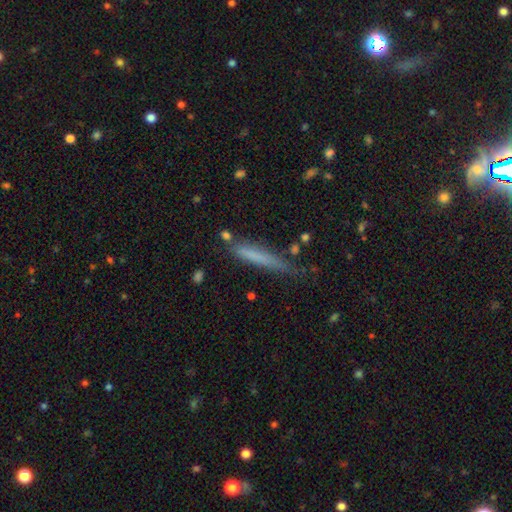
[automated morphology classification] Smooth or featured? smooth (67%)
How rounded? cigar-shaped (94%)
Merging? none (66%)